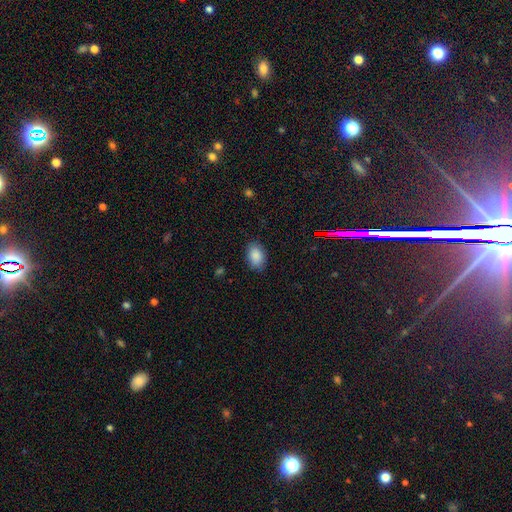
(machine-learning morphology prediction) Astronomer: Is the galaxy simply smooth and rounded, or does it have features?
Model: smooth — 88%.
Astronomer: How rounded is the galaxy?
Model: in between — 87%.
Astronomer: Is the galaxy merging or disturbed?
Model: none — 84%.